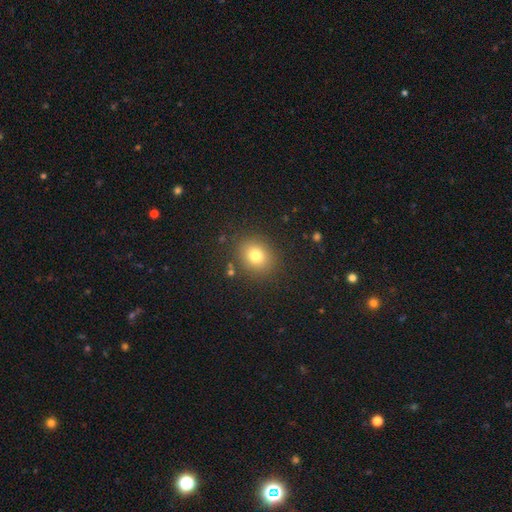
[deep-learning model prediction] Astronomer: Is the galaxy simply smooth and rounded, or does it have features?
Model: smooth — 77%.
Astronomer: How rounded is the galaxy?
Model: round — 67%.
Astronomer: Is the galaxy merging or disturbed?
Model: none — 86%.